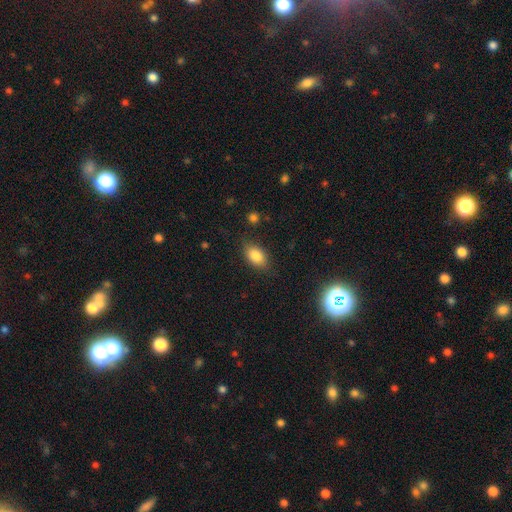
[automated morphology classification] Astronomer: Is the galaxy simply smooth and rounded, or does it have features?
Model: smooth — 83%.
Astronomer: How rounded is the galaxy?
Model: in between — 87%.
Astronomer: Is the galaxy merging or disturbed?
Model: none — 80%.